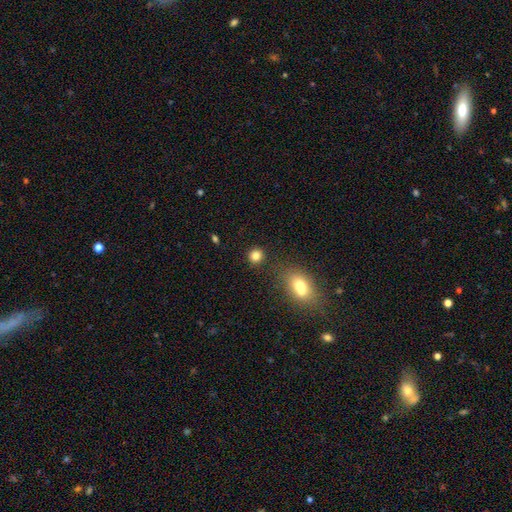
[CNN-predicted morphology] This is clearly a smooth galaxy (83%). How rounded: clearly round (85%). Merging: clearly none (83%).